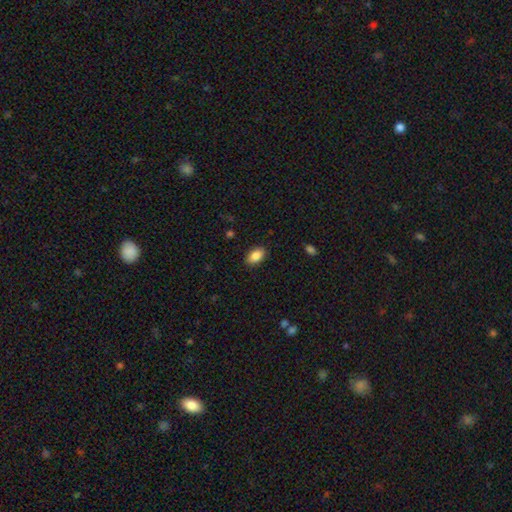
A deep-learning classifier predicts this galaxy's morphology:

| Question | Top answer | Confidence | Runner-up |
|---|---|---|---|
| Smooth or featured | smooth | 87% | star or artifact (7%) |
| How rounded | in between | 91% | round (6%) |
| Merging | none | 88% | minor disturbance (9%) |